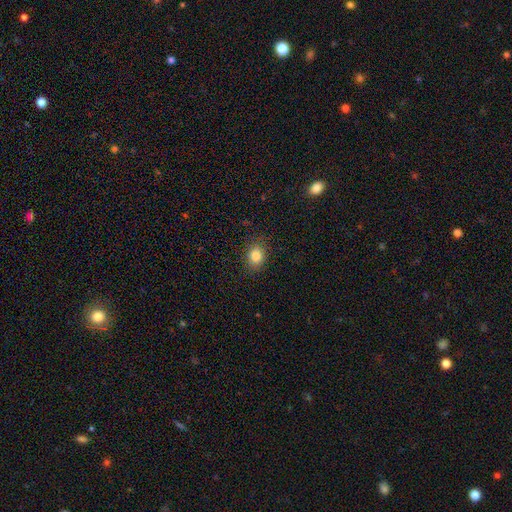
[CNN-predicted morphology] Overall: smooth (83%). How rounded: round (54%; in between 45%). Merging: none (86%).